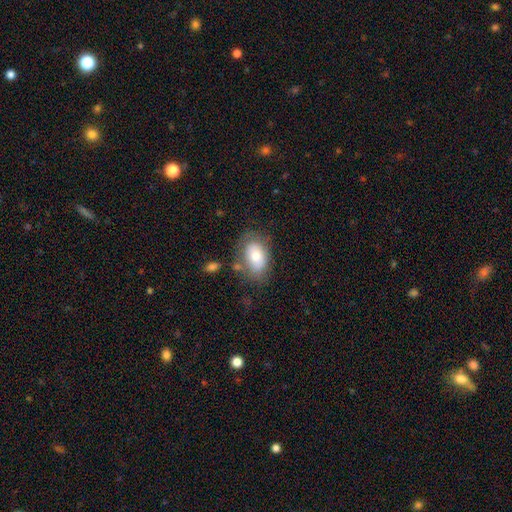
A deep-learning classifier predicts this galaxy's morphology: Overall: smooth (71%). How rounded: in between (86%). Merging: none (64%).